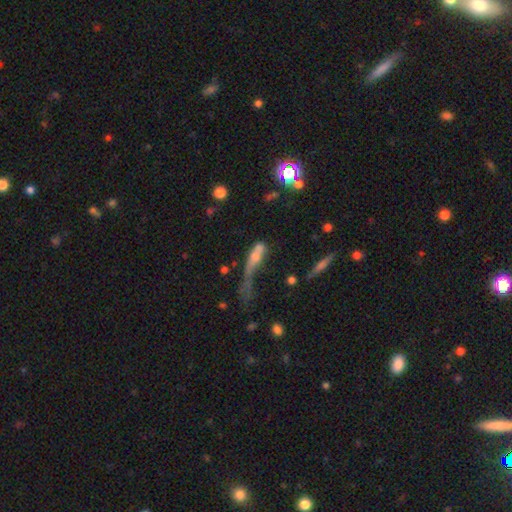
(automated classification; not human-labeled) Smooth or featured? Predicted: smooth (p=0.57). How rounded? Predicted: cigar-shaped (p=0.46, tied with in between). Merging? Predicted: major disturbance (p=0.49).